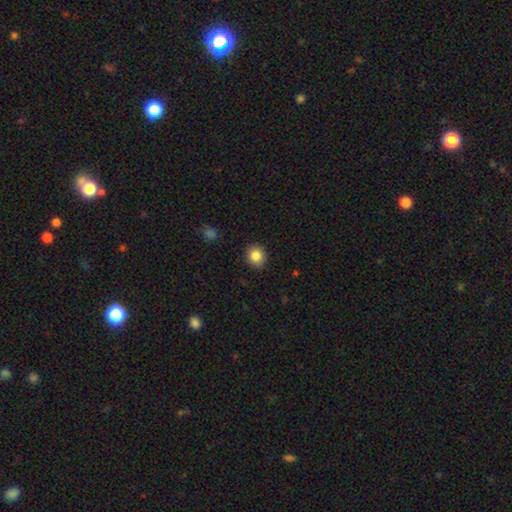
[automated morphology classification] Smooth or featured? Predicted: smooth (p=0.85). How rounded? Predicted: round (p=0.85). Merging? Predicted: none (p=0.91).